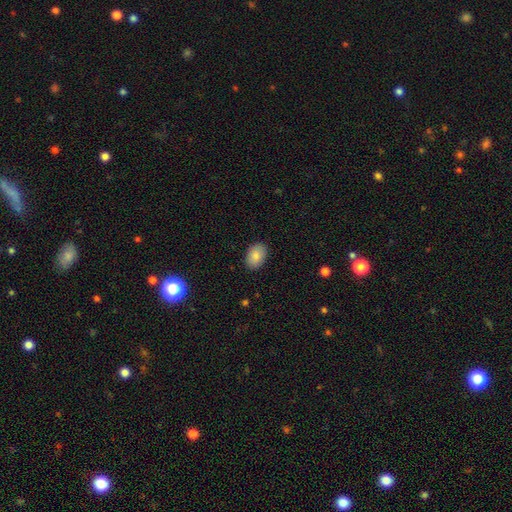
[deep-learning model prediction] Morphology: type=smooth (85%); roundness=in between (86%); merging=none (89%).